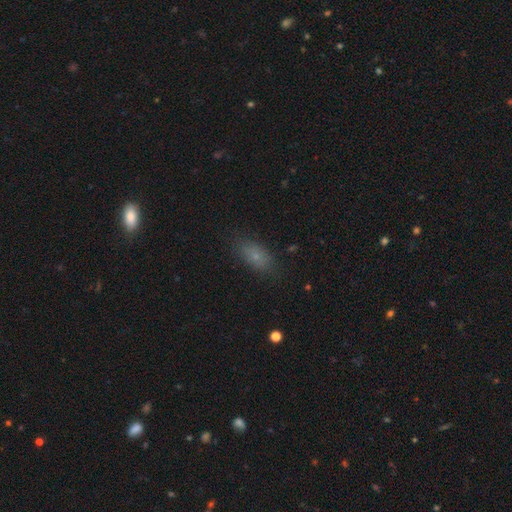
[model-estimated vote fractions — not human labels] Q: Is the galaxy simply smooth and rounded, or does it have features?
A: smooth — 72%.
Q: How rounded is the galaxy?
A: in between — 85%.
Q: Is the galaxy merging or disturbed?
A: none — 80%.